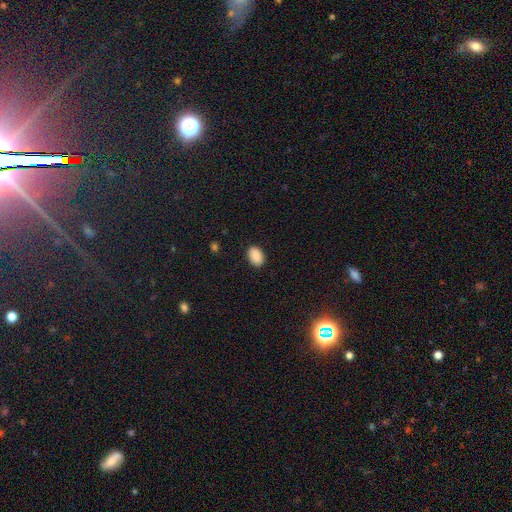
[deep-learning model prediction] Q: Smooth or featured?
A: smooth (90%); runner-up: star or artifact (7%)
Q: How rounded?
A: in between (88%); runner-up: round (11%)
Q: Merging?
A: none (89%); runner-up: minor disturbance (8%)